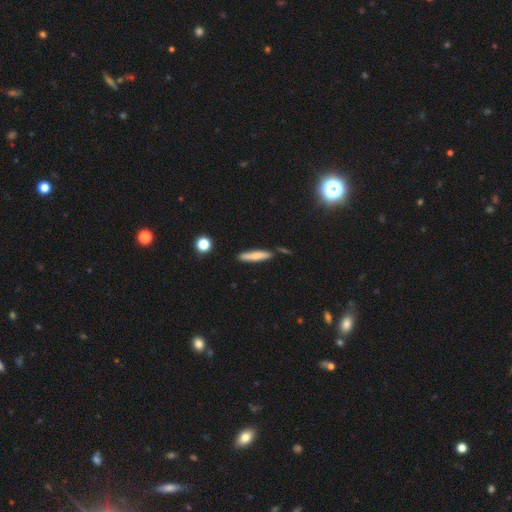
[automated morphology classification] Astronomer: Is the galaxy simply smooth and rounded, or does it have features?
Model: smooth — 66%.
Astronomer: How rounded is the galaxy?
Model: cigar-shaped — 87%.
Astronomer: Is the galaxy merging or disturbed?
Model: none — 79%.